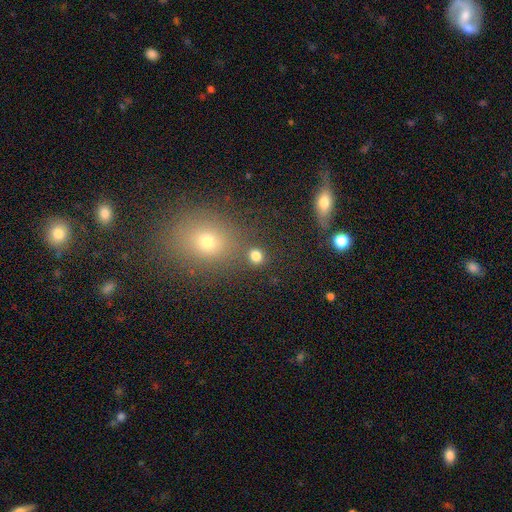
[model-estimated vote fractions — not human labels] smooth_or_featured: smooth (p=0.79) [alt: star or artifact p=0.15]
how_rounded: round (p=0.87) [alt: in between p=0.12]
merging: none (p=0.80) [alt: merger p=0.10]